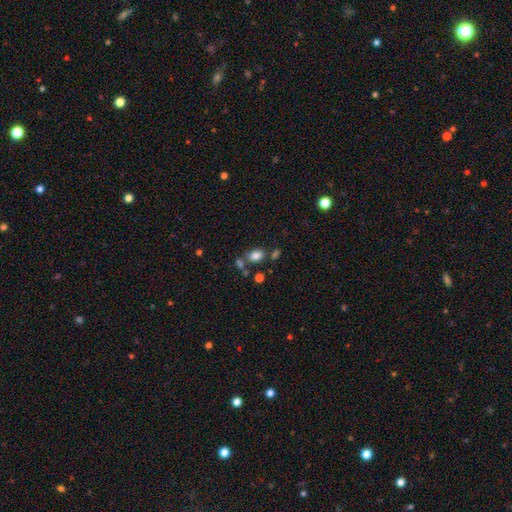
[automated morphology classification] Overall: smooth (81%). How rounded: in between (75%). Merging: none (65%).